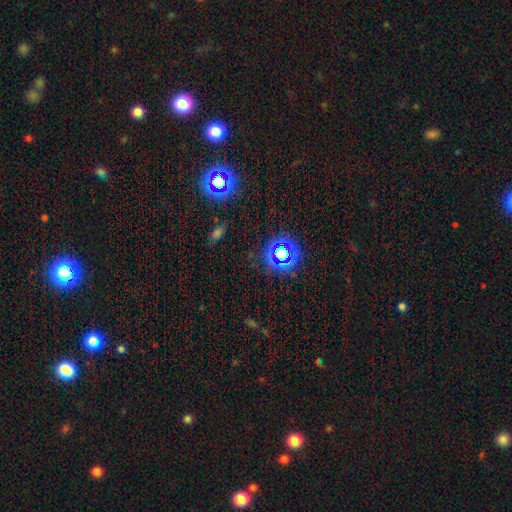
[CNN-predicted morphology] A star or artifact, not a galaxy (69%).